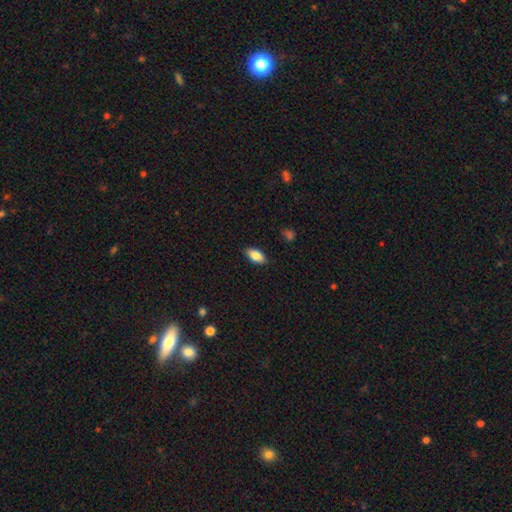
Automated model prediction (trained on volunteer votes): This is clearly a smooth galaxy (84%). How rounded: clearly in between (90%). Merging: clearly none (87%).